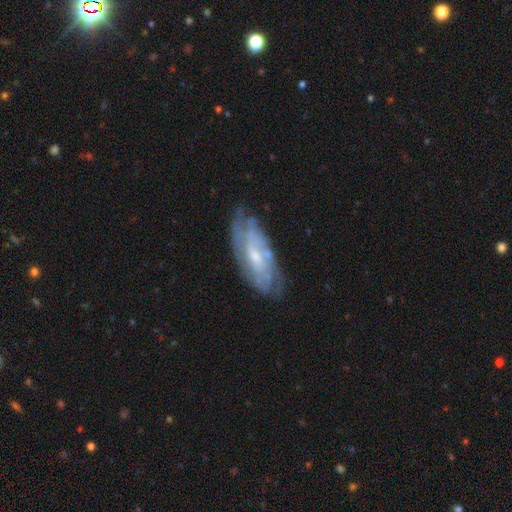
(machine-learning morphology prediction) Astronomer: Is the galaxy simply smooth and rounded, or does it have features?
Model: featured or disk — 74%.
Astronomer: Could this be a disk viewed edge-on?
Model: no — 85%.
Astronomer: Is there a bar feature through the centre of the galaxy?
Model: no — 51% (runner-up: weak, 40%).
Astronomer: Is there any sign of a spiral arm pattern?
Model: yes — 84%.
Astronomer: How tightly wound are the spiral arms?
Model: tight — 62%.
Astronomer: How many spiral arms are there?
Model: can't tell — 59%.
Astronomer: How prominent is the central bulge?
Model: small — 57% (runner-up: moderate, 36%).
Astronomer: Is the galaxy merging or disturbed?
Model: none — 70%.